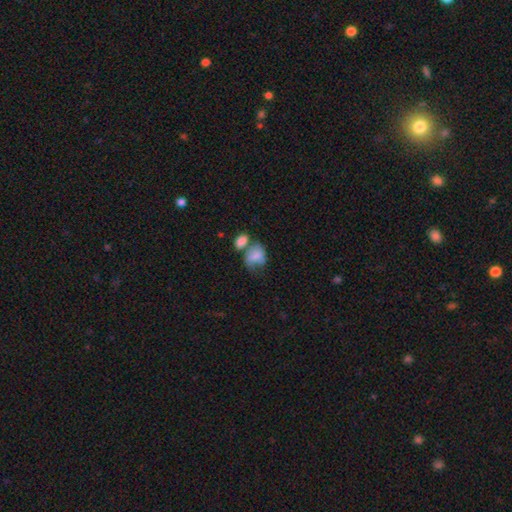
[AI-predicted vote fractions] The model was most divided on "merging": merger: 46%, none: 22%, minor disturbance: 18%, major disturbance: 14%. More confident: smooth or featured — smooth (72%); how rounded — in between (67%).